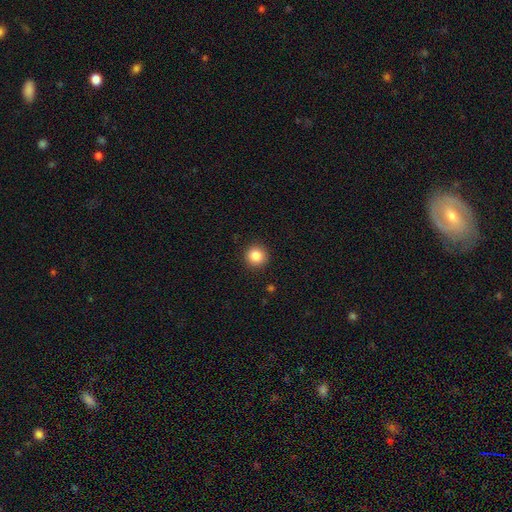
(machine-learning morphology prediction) smooth-or-featured: smooth: 86% | star or artifact: 10% | featured or disk: 4%
  how-rounded: round: 95% | in between: 4% | cigar-shaped: 1%
  merging: none: 92% | minor disturbance: 5% | major disturbance: 2% | merger: 1%